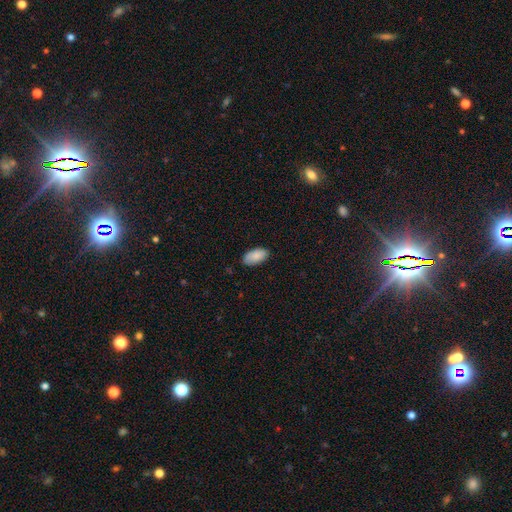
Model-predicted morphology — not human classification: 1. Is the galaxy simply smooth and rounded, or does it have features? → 88% smooth, 6% star or artifact, 6% featured or disk.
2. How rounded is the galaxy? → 95% in between, 2% cigar-shaped, 2% round.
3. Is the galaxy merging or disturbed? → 83% none, 13% minor disturbance, 2% major disturbance, 1% merger.